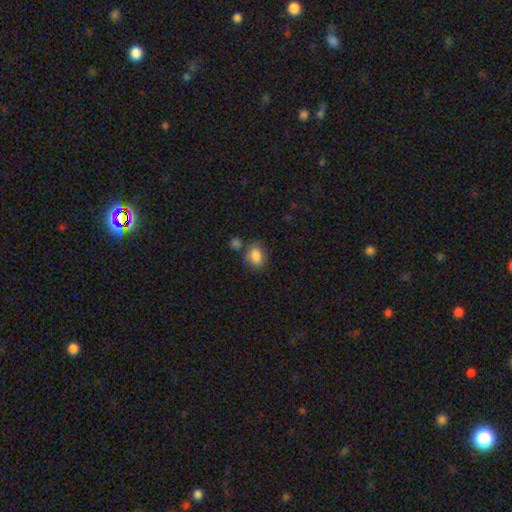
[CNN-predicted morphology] The model was most divided on "how rounded": in between: 72%, round: 26%, cigar-shaped: 1%. More confident: smooth or featured — smooth (86%); merging — none (68%).